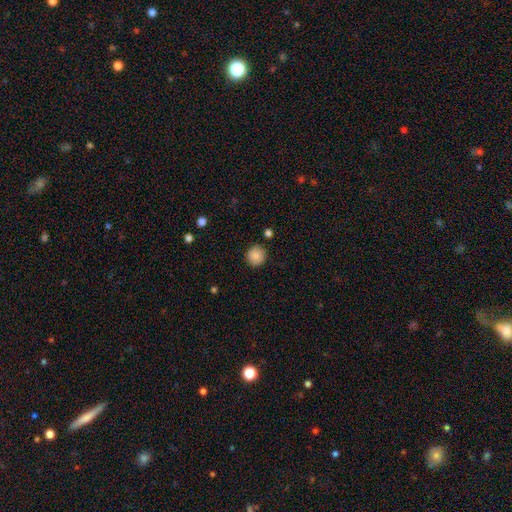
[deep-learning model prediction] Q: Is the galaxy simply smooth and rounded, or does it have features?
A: smooth — 86%.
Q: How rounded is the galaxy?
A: round — 92%.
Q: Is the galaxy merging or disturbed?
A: none — 89%.